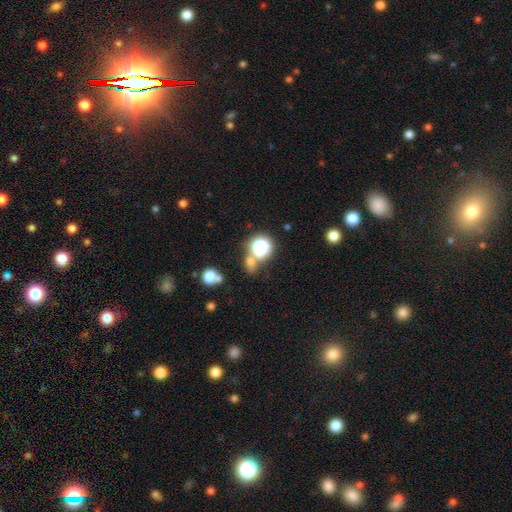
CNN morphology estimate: Smooth or featured? smooth (50%)
Merging? none (59%)